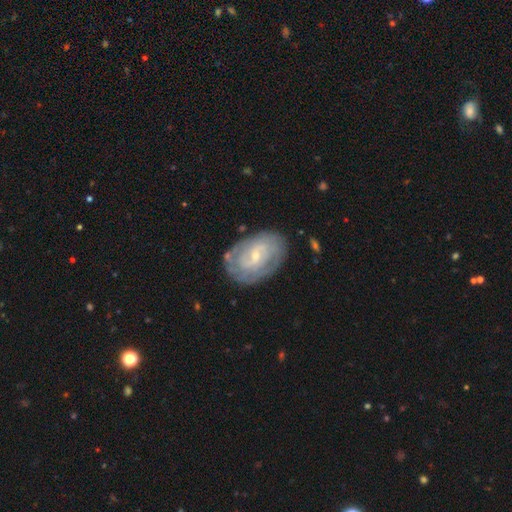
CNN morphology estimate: smooth_or_featured: featured or disk (p=0.76) [alt: smooth p=0.18]
disk_edge_on: no (p=0.96) [alt: yes p=0.04]
bar: weak (p=0.47) [alt: no p=0.41]
has_spiral_arms: yes (p=0.85) [alt: no p=0.15]
spiral_winding: tight (p=0.62) [alt: medium p=0.29]
spiral_arm_count: can't tell (p=0.42) [alt: 2 p=0.37]
bulge_size: small (p=0.73) [alt: moderate p=0.22]
merging: none (p=0.75) [alt: minor disturbance p=0.17]